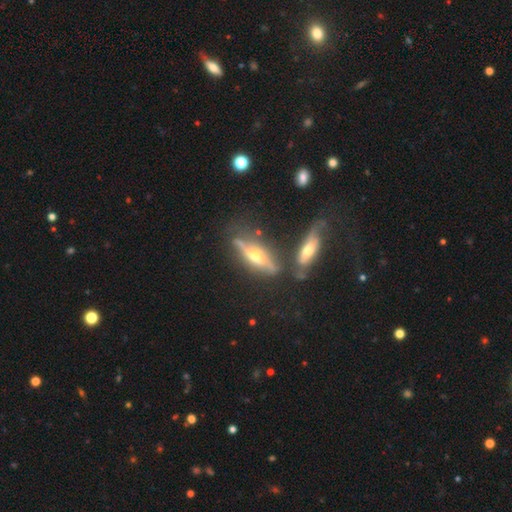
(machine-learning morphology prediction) Smooth or featured: featured or disk — 70% (smooth — 22%)
Edge-on disk: yes — 87% (no — 13%)
Edge-on bulge: rounded — 92% (boxy — 4%)
Merging: none — 57% (merger — 19%)